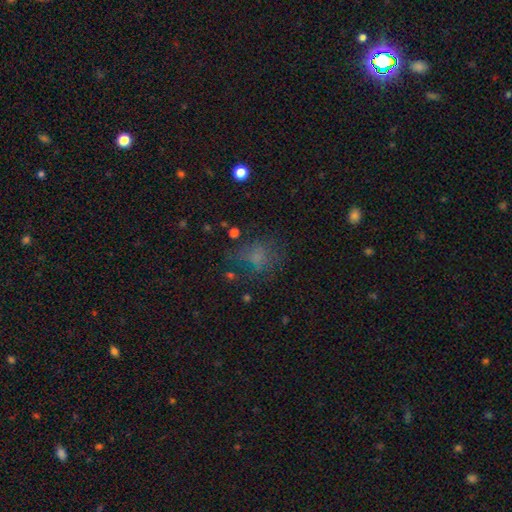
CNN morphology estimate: smooth 53%, star or artifact 29%, featured or disk 19%. Down the decision tree: how rounded — round (58%); merging — none (60%).